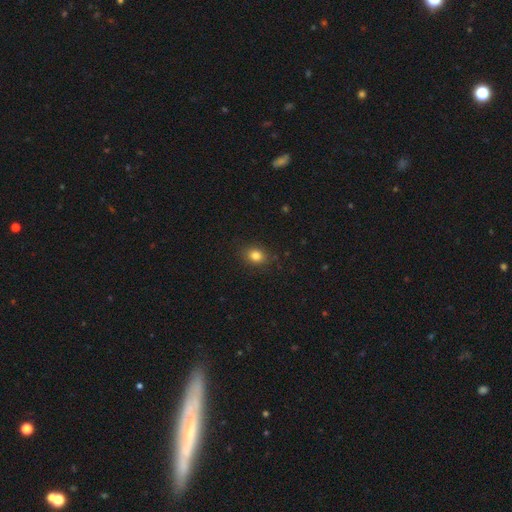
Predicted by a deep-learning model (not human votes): The model was most divided on "how rounded": in between: 53%, round: 46%, cigar-shaped: 1%. More confident: merging — none (87%); smooth or featured — smooth (83%).